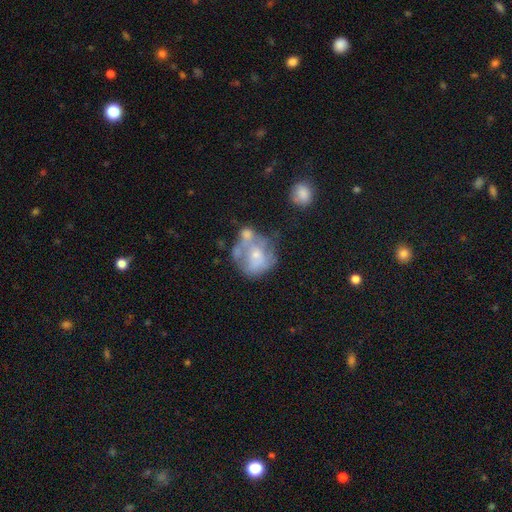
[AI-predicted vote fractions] Smooth or featured? featured or disk (54%)
Edge-on disk? no (98%)
Bar? no (83%)
Spiral arms? no (75%)
Bulge size? small (54%)
Merging? none (32%)